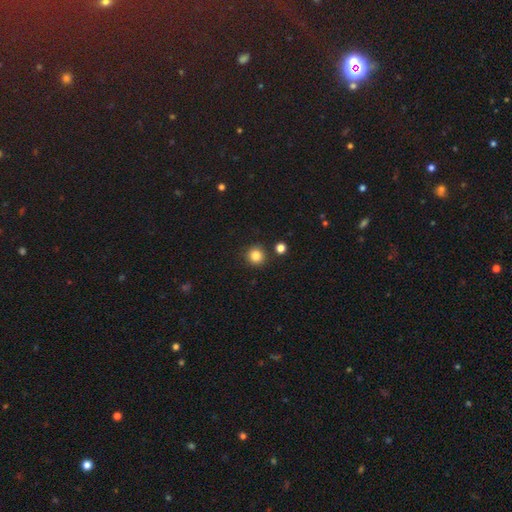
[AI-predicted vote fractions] Smooth or featured?
  - smooth: 84% *
  - star or artifact: 11%
  - featured or disk: 4%
How rounded?
  - round: 94% *
  - in between: 5%
  - cigar-shaped: 1%
Merging?
  - none: 87% *
  - minor disturbance: 6%
  - merger: 4%
  - major disturbance: 2%